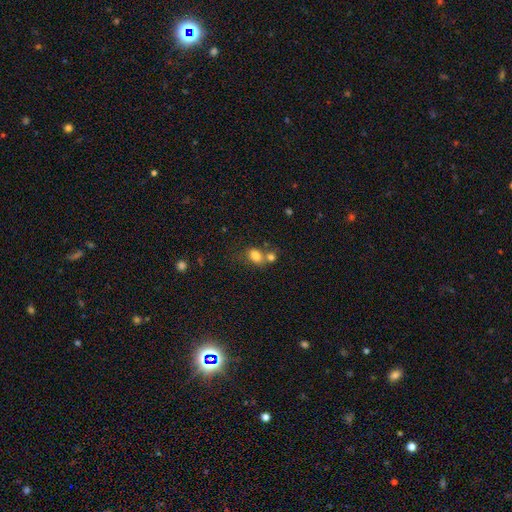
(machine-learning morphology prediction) A smooth galaxy with no disk features (79%) that is in between round and cigar-shaped (60%).

Vote fractions:
- Smooth or featured? smooth: 79% / star or artifact: 11% / featured or disk: 10%
- How rounded? in between: 60% / round: 38% / cigar-shaped: 1%
- Merging? merger: 43% / none: 39% / minor disturbance: 12% / major disturbance: 6%